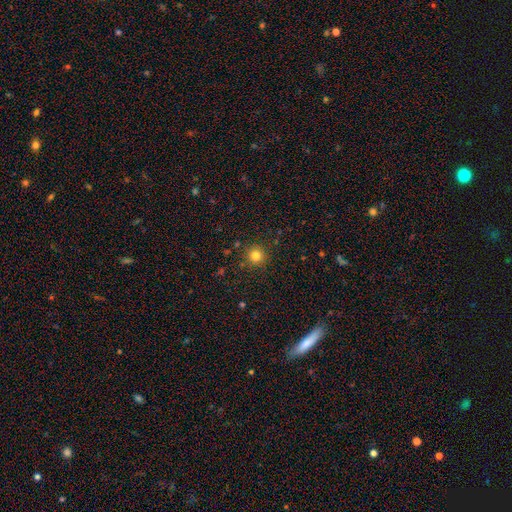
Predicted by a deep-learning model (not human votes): Q: Smooth or featured?
A: smooth (81%); runner-up: star or artifact (14%)
Q: How rounded?
A: round (95%); runner-up: in between (4%)
Q: Merging?
A: none (90%); runner-up: minor disturbance (6%)